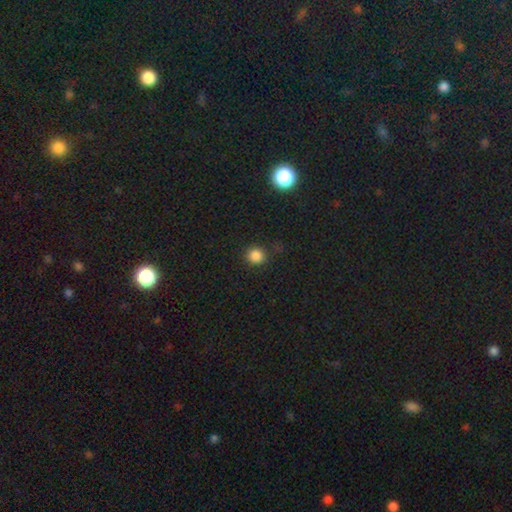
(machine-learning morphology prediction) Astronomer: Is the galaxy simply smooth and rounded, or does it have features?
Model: smooth — 84%.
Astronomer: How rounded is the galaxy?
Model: round — 92%.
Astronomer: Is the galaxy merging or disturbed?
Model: none — 86%.